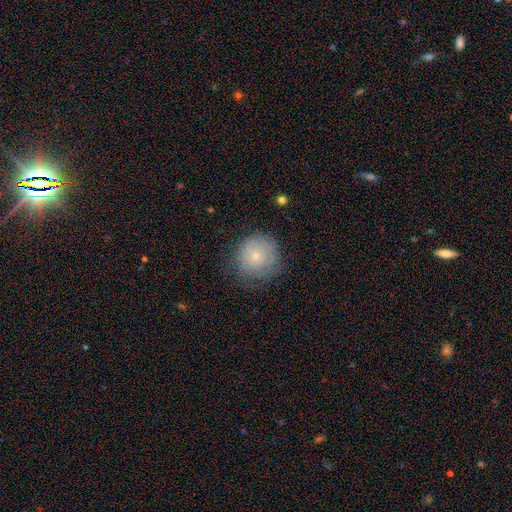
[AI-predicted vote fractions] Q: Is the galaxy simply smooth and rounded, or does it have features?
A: smooth — 63%.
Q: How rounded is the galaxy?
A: round — 90%.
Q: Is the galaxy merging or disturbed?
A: none — 65%.